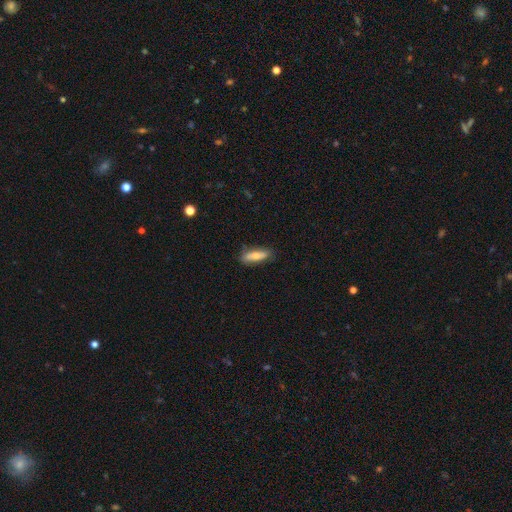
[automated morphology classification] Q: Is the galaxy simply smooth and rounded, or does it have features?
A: smooth — 70%.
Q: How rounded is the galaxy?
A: cigar-shaped — 53%.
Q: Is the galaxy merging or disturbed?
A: none — 79%.